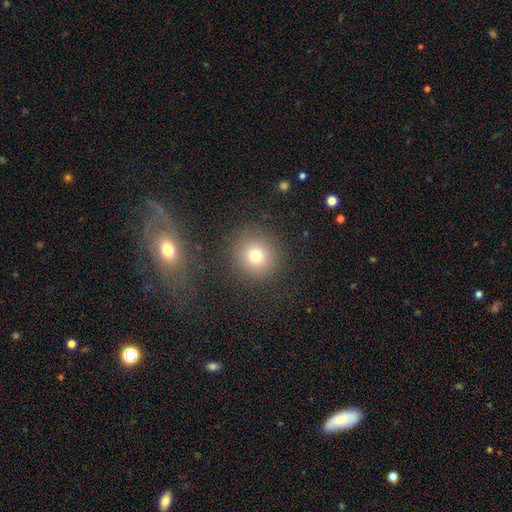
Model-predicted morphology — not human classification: Overall: smooth (75%). How rounded: round (92%). Merging: none (86%).